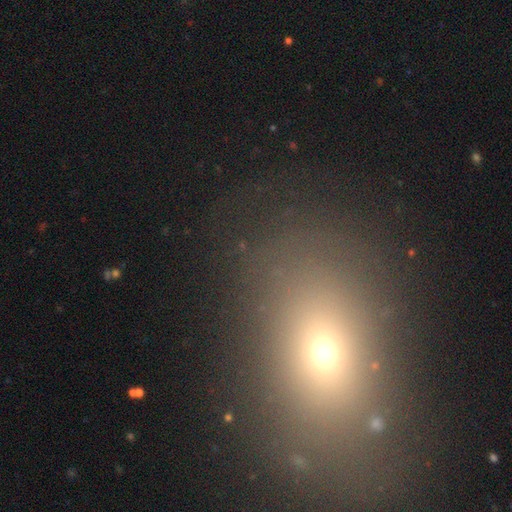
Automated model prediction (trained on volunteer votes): smooth-or-featured: smooth: 52% | star or artifact: 34% | featured or disk: 14%
  how-rounded: in between: 60% | round: 36% | cigar-shaped: 4%
  merging: none: 77% | minor disturbance: 11% | major disturbance: 7% | merger: 5%